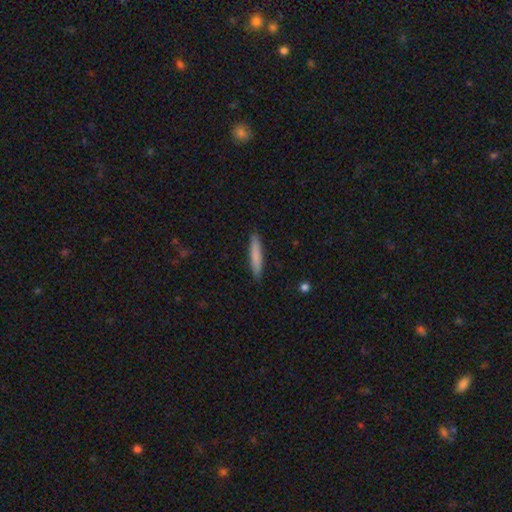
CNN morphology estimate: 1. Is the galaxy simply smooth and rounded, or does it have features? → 80% smooth, 14% featured or disk, 6% star or artifact.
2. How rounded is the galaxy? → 92% cigar-shaped, 7% in between, 1% round.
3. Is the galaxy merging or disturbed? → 90% none, 7% minor disturbance, 2% major disturbance, 1% merger.